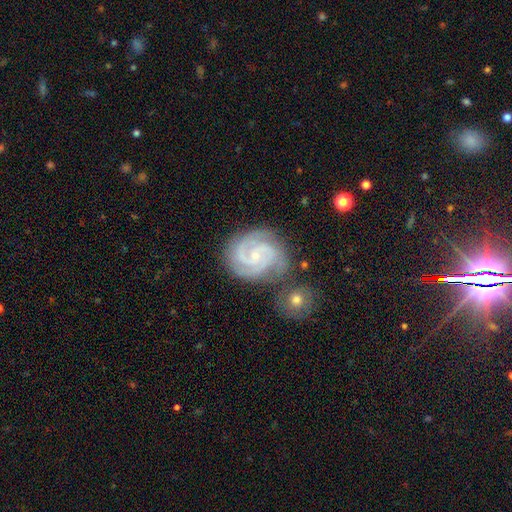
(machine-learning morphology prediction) smooth-or-featured: featured or disk: 91% | star or artifact: 5% | smooth: 4%
  disk-edge-on: no: 98% | yes: 2%
    bar: no: 63% | weak: 29% | strong: 8%
    has-spiral-arms: yes: 99% | no: 1%
      spiral-winding: tight: 63% | medium: 33% | loose: 4%
      spiral-arm-count: 3: 43% | 2: 35% | 4: 7% | can't tell: 7% | more than 4: 4% | 1: 4%
    bulge-size: small: 79% | moderate: 17% | none: 2% | large: 1% | dominant: 1%
  merging: none: 69% | minor disturbance: 17% | merger: 9% | major disturbance: 5%